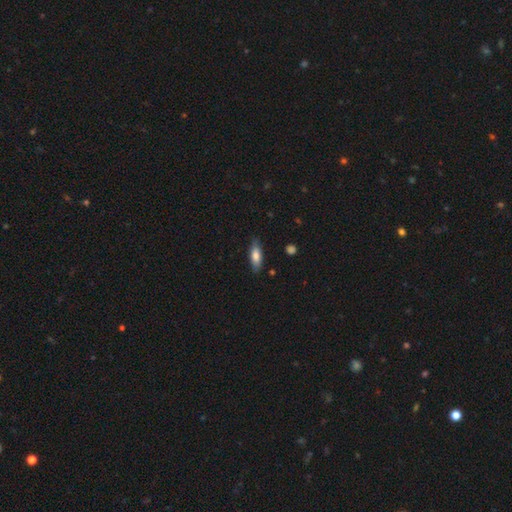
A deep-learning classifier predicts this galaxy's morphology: This appears to be a smooth galaxy with no disk features (74%) that is in between round and cigar-shaped (64%). Merging: none (80%).